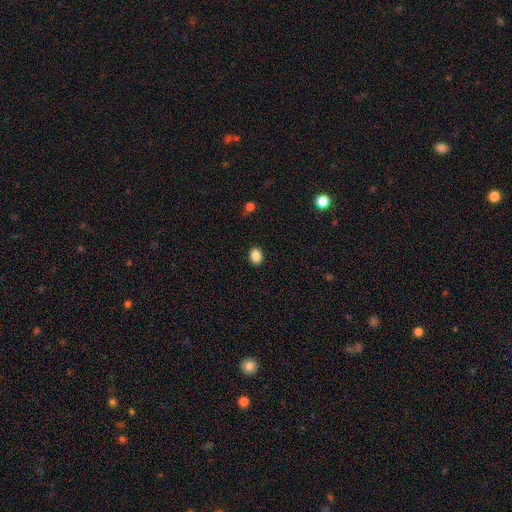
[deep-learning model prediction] smooth_or_featured: smooth (p=0.87) [alt: star or artifact p=0.09]
how_rounded: in between (p=0.61) [alt: round p=0.38]
merging: none (p=0.89) [alt: minor disturbance p=0.07]